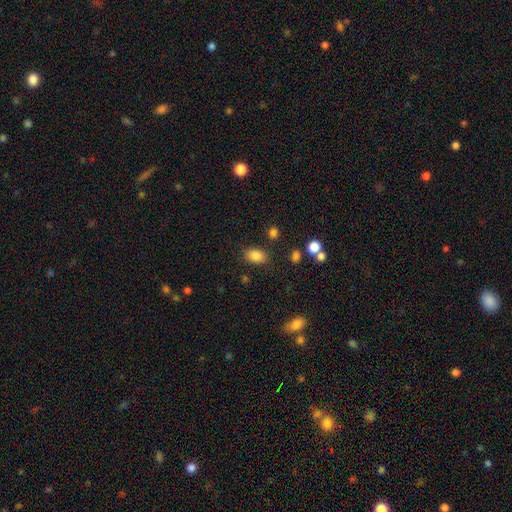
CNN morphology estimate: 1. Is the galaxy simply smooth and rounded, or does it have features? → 84% smooth, 10% star or artifact, 6% featured or disk.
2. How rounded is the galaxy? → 82% in between, 17% round, 1% cigar-shaped.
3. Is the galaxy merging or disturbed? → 82% none, 12% minor disturbance, 4% major disturbance, 3% merger.